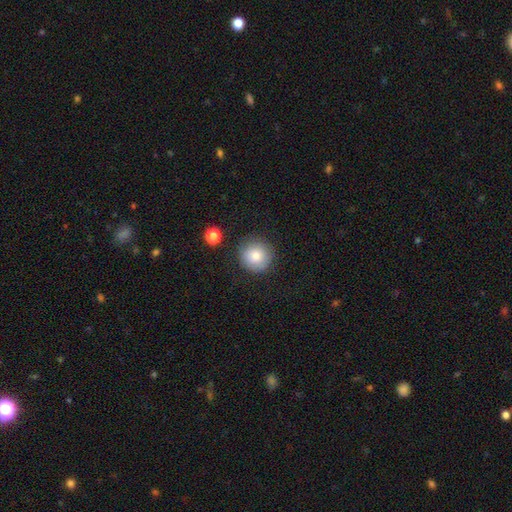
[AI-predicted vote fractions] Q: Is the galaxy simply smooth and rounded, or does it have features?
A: smooth — 80%.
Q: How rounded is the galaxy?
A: round — 95%.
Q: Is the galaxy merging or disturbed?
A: none — 84%.